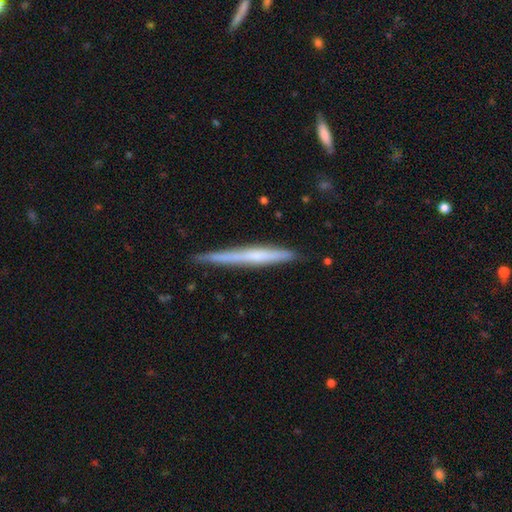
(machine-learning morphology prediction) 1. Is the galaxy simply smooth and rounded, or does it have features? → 53% featured or disk, 41% smooth, 6% star or artifact.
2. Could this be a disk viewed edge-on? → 97% yes, 3% no.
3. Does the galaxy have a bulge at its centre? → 69% none, 23% rounded, 8% boxy.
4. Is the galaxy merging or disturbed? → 85% none, 12% minor disturbance, 2% major disturbance, 2% merger.